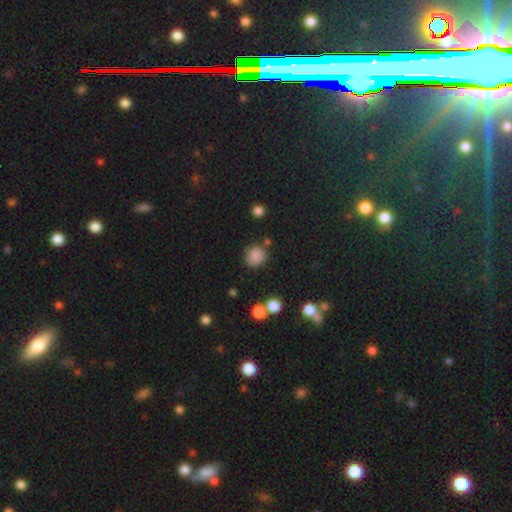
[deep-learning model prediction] smooth-or-featured: smooth: 84% | star or artifact: 12% | featured or disk: 5%
  how-rounded: round: 83% | in between: 16% | cigar-shaped: 1%
  merging: none: 78% | minor disturbance: 13% | merger: 5% | major disturbance: 4%